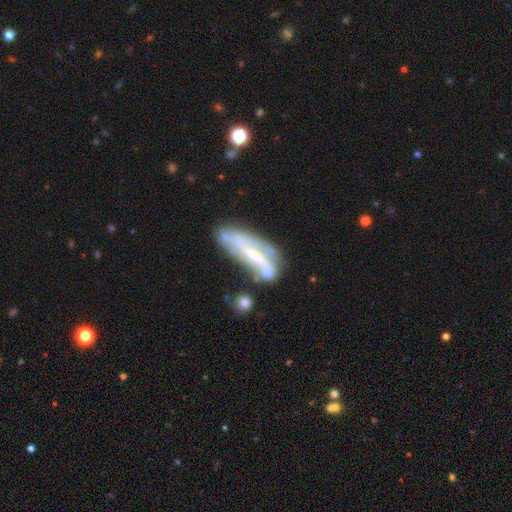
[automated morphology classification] Q: Smooth or featured?
A: featured or disk (70%); runner-up: smooth (23%)
Q: Edge-on disk?
A: no (76%); runner-up: yes (24%)
Q: Bar?
A: strong (39%); runner-up: no (31%)
Q: Spiral arms?
A: yes (67%); runner-up: no (33%)
Q: Bulge size?
A: small (41%); runner-up: moderate (30%)
Q: Merging?
A: none (47%); runner-up: minor disturbance (23%)